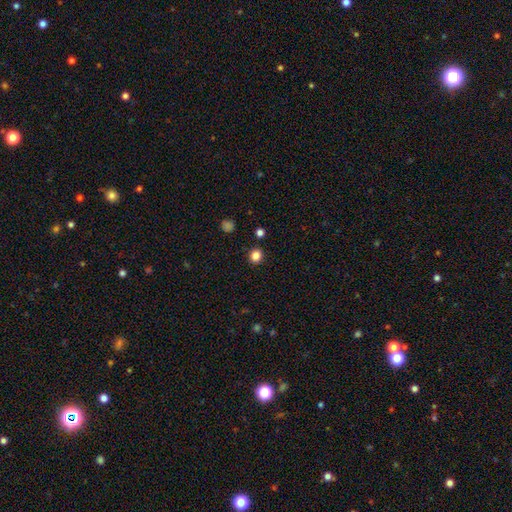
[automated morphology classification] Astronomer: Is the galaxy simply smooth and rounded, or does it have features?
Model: smooth — 83%.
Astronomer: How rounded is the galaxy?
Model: round — 84%.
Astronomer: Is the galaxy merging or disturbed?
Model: none — 91%.